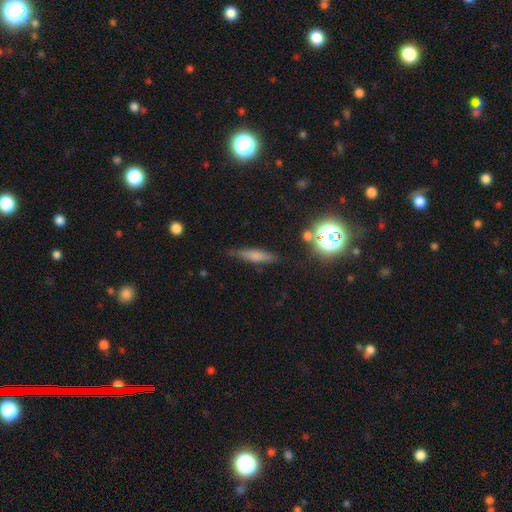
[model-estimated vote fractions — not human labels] Overall: smooth (62%; featured or disk 26%). How rounded: cigar-shaped (77%). Merging: none (78%).